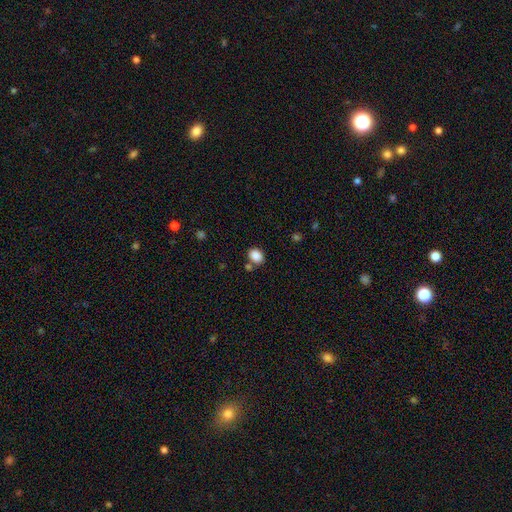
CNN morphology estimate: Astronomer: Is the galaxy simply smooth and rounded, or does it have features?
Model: smooth — 87%.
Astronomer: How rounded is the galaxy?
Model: in between — 57% (runner-up: round, 42%).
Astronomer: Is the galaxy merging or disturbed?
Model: none — 72%.